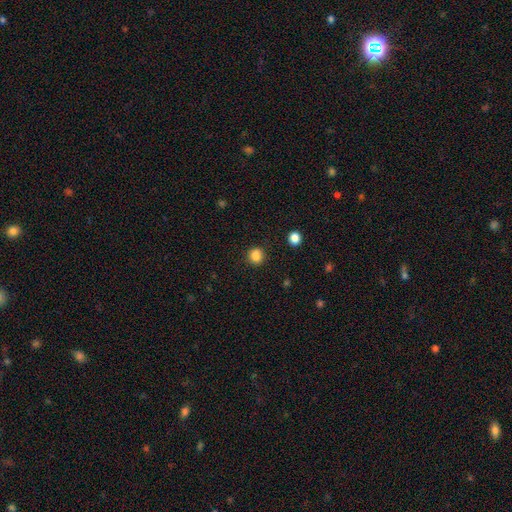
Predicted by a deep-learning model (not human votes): smooth_or_featured: smooth (p=0.85) [alt: star or artifact p=0.11]
how_rounded: round (p=0.87) [alt: in between p=0.12]
merging: none (p=0.89) [alt: minor disturbance p=0.07]